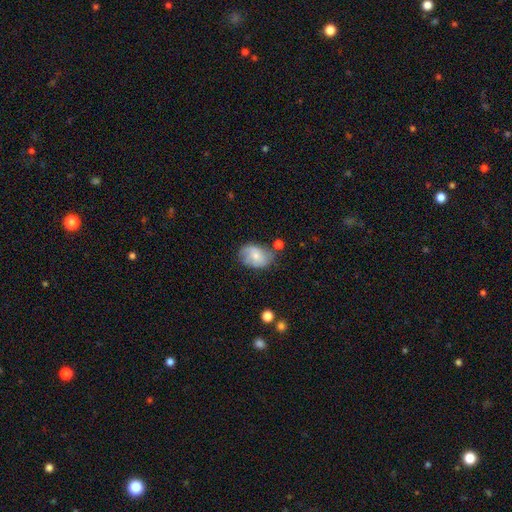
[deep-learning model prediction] A smooth galaxy with no disk features (58%) that is in between round and cigar-shaped (77%).

Vote fractions:
- Smooth or featured? smooth: 58% / featured or disk: 34% / star or artifact: 8%
- How rounded? in between: 77% / round: 22% / cigar-shaped: 1%
- Merging? none: 56% / minor disturbance: 28% / major disturbance: 9% / merger: 7%